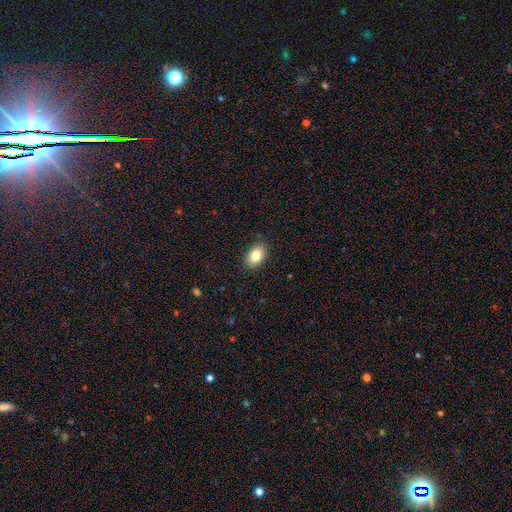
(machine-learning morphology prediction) smooth-or-featured: smooth: 82% | featured or disk: 10% | star or artifact: 8%
  how-rounded: in between: 88% | round: 11% | cigar-shaped: 1%
  merging: none: 88% | minor disturbance: 9% | major disturbance: 2% | merger: 1%